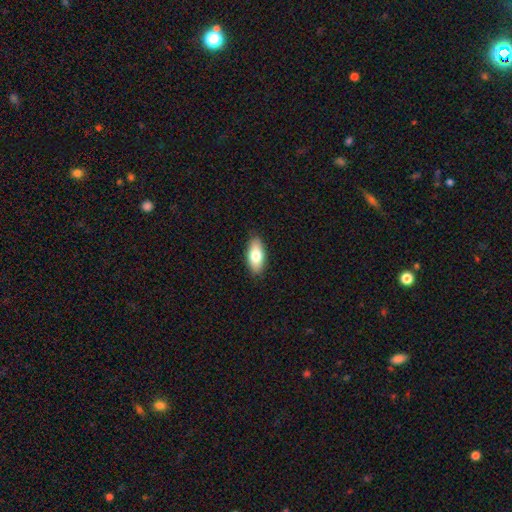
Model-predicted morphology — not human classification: smooth 77%, featured or disk 17%, star or artifact 6%. Down the decision tree: how rounded — in between (87%); merging — none (89%).